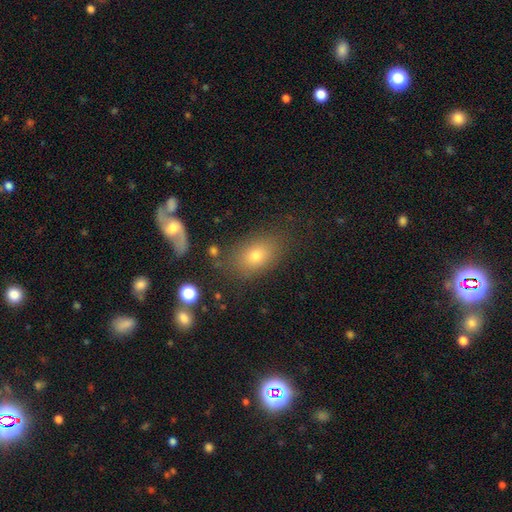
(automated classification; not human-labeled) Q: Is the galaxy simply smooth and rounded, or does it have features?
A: smooth — 71%.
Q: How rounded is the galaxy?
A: in between — 79%.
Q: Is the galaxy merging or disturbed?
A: none — 72%.